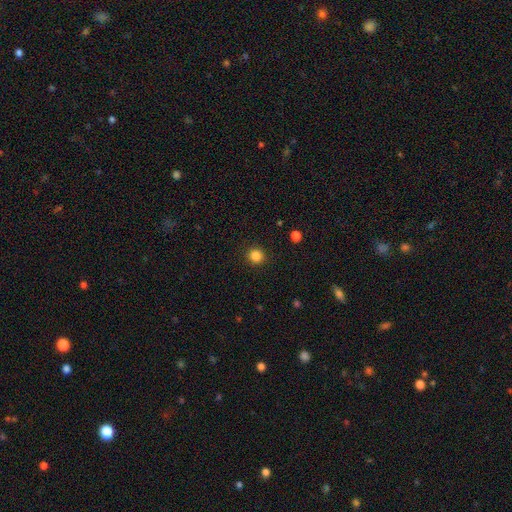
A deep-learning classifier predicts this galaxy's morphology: A smooth galaxy with no disk features (85%) that is round (92%). Merging: none (92%).